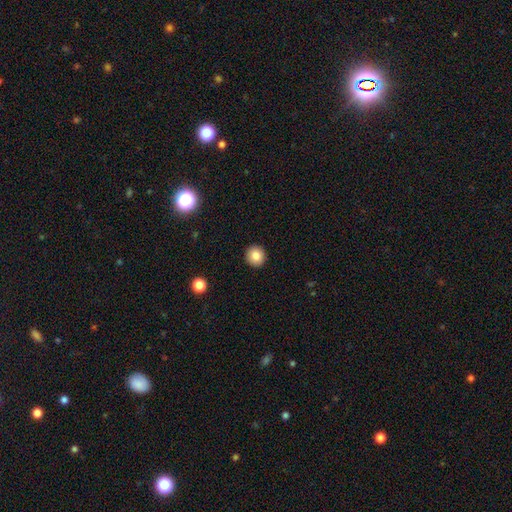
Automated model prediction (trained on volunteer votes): A smooth galaxy with no disk features (84%) that is round (92%). Merging: none (92%).